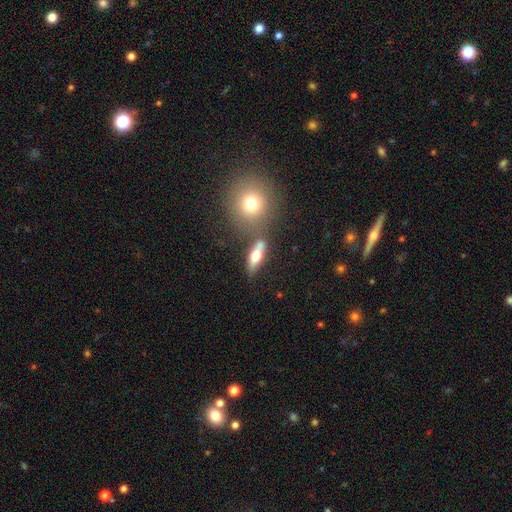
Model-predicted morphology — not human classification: Overall: smooth (57%; featured or disk 34%). How rounded: in between (55%; cigar-shaped 34%). Merging: none (63%).